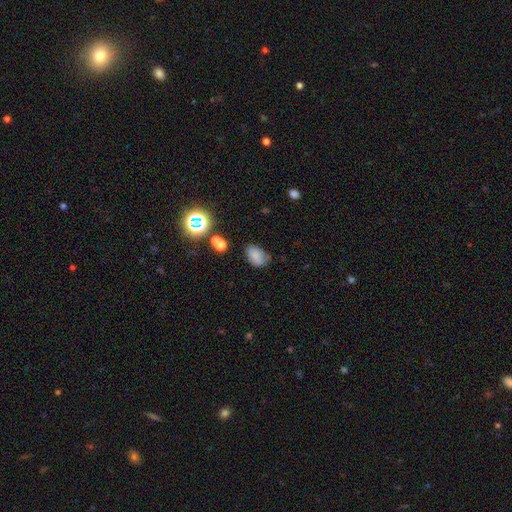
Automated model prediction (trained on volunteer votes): smooth 76%, star or artifact 15%, featured or disk 9%. Down the decision tree: how rounded — in between (83%); merging — none (64%).